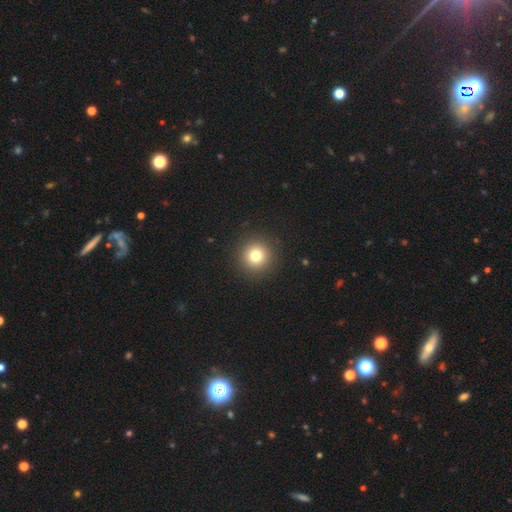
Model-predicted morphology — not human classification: Overall: smooth (79%). How rounded: round (95%). Merging: none (92%).